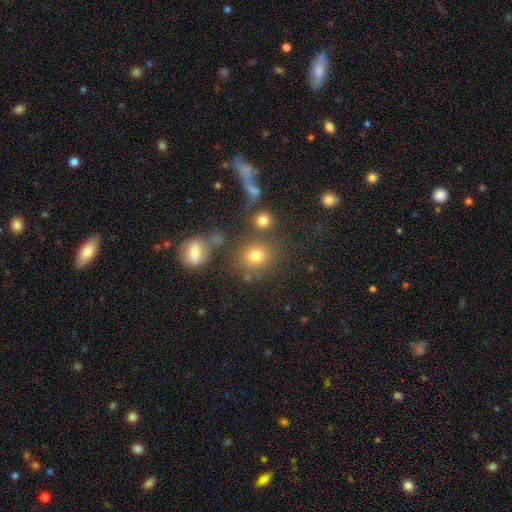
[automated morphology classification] smooth-or-featured: smooth: 73% | star or artifact: 17% | featured or disk: 10%
  how-rounded: round: 81% | in between: 18% | cigar-shaped: 1%
  merging: none: 69% | merger: 13% | minor disturbance: 12% | major disturbance: 6%